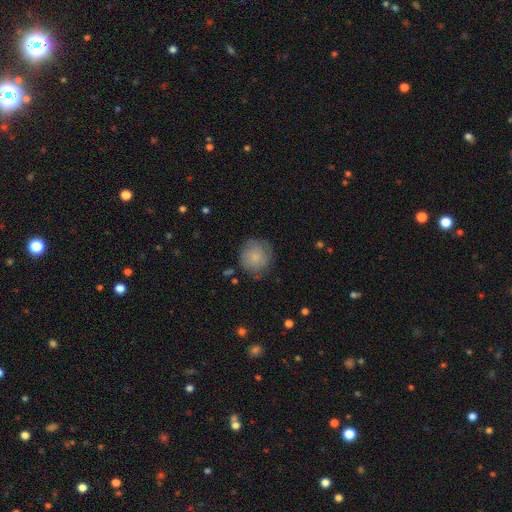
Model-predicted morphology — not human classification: This is clearly a smooth galaxy (82%). How rounded: clearly round (91%). Merging: likely none (77%).